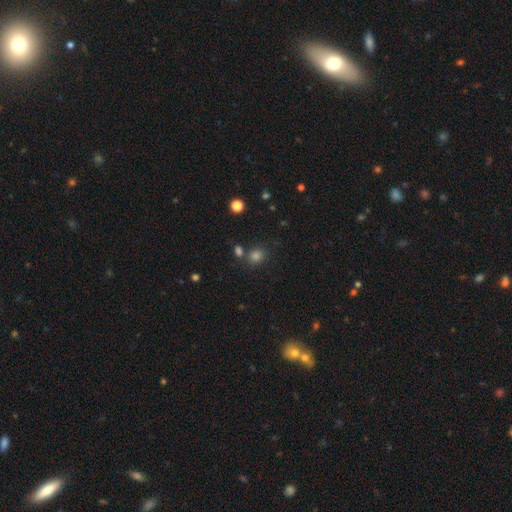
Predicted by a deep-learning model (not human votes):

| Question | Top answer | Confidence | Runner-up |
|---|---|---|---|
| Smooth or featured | smooth | 74% | star or artifact (20%) |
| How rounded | round | 74% | in between (25%) |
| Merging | none | 74% | merger (13%) |